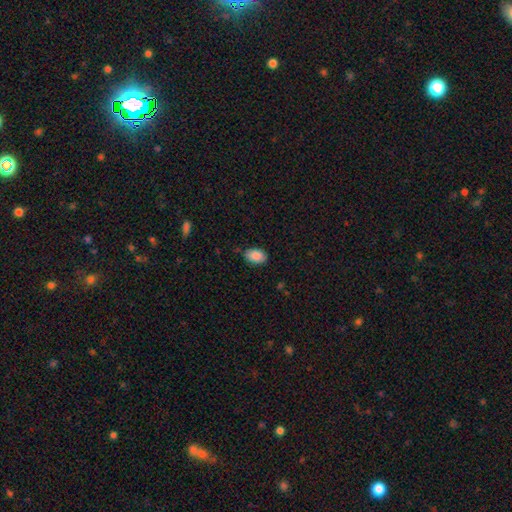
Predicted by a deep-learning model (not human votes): The model was most divided on "merging": none: 81%, minor disturbance: 15%, major disturbance: 3%, merger: 1%. More confident: how rounded — in between (90%); smooth or featured — smooth (89%).